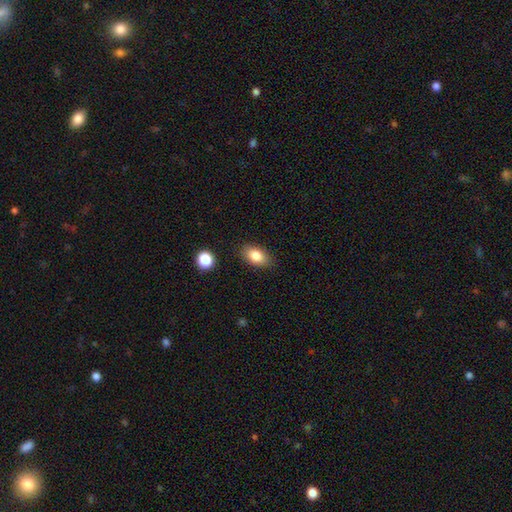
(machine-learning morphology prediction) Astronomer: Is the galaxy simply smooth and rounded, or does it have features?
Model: smooth — 83%.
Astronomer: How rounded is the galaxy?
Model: in between — 87%.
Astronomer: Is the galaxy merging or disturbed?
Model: none — 85%.